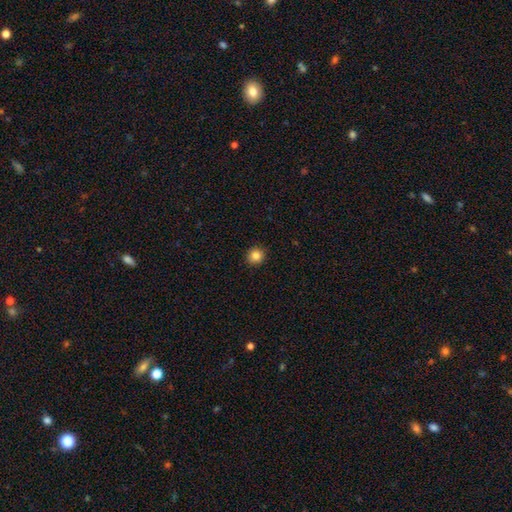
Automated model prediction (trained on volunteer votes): Morphology: type=smooth (84%); roundness=round (91%); merging=none (92%).